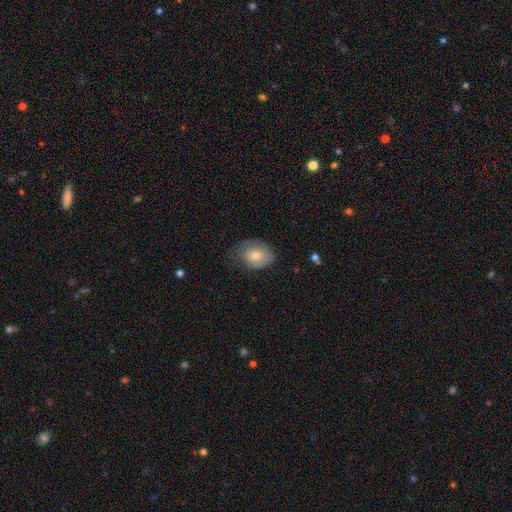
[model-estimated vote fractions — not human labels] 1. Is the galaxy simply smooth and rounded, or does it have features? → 64% smooth, 28% featured or disk, 8% star or artifact.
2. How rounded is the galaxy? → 60% in between, 38% round, 1% cigar-shaped.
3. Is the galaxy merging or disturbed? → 55% none, 31% minor disturbance, 13% major disturbance, 1% merger.